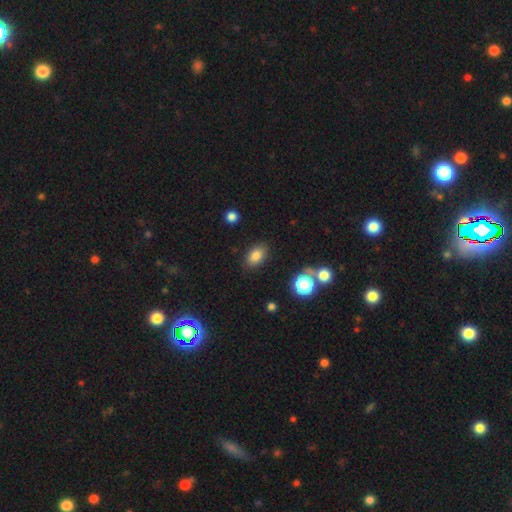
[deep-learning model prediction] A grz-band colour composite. It shows a smooth galaxy with no disk features (83%) that is in between round and cigar-shaped (85%). Merging: none (84%).